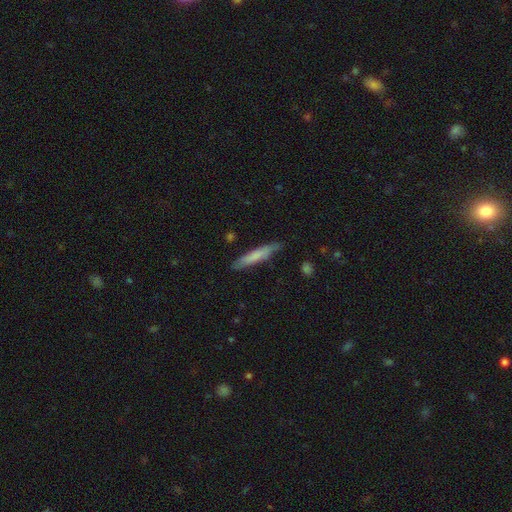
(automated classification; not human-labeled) Smooth or featured?
  - smooth: 70% *
  - featured or disk: 25%
  - star or artifact: 5%
How rounded?
  - cigar-shaped: 92% *
  - in between: 7%
  - round: 1%
Merging?
  - none: 80% *
  - minor disturbance: 15%
  - major disturbance: 3%
  - merger: 2%